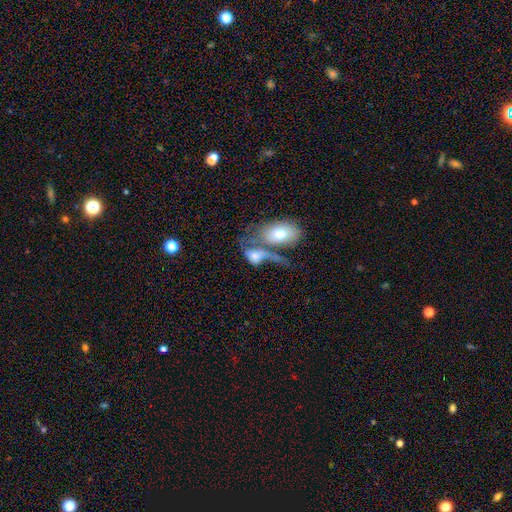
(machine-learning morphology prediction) Smooth or featured?
  - smooth: 57% *
  - featured or disk: 35%
  - star or artifact: 8%
How rounded?
  - in between: 83% *
  - round: 12%
  - cigar-shaped: 4%
Merging?
  - merger: 60% *
  - major disturbance: 20%
  - none: 12%
  - minor disturbance: 8%